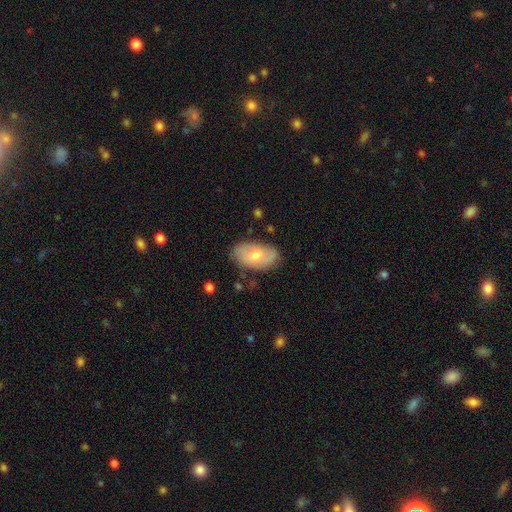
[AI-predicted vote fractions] smooth 60%, featured or disk 34%, star or artifact 6%. Down the decision tree: how rounded — in between (93%); merging — none (74%).